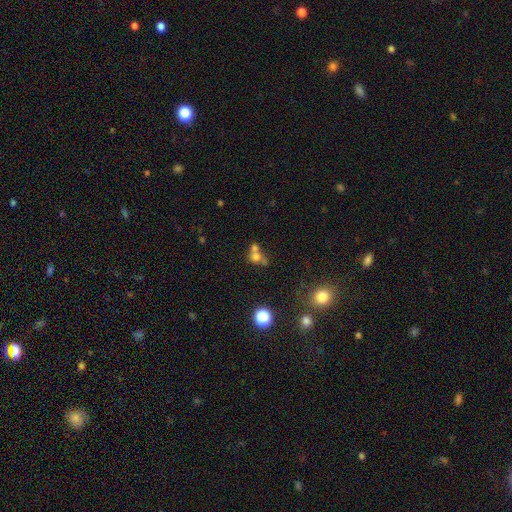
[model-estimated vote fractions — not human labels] Overall: smooth (64%). How rounded: round (75%). Merging: merger (57%; none 30%).